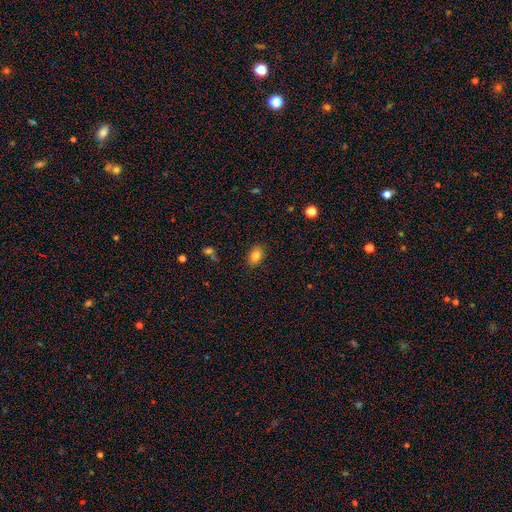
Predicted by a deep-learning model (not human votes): A smooth galaxy with no disk features (82%) that is in between round and cigar-shaped (79%).

Vote fractions:
- Smooth or featured? smooth: 82% / star or artifact: 10% / featured or disk: 8%
- How rounded? in between: 79% / round: 19% / cigar-shaped: 1%
- Merging? none: 86% / minor disturbance: 10% / major disturbance: 2% / merger: 1%